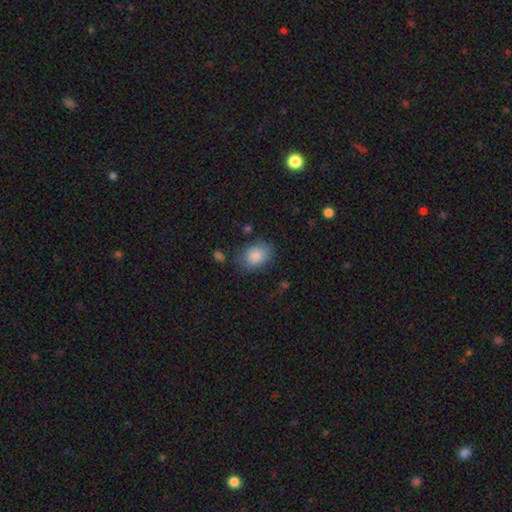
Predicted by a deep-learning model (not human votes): Smooth or featured? smooth (87%)
How rounded? in between (65%)
Merging? none (76%)